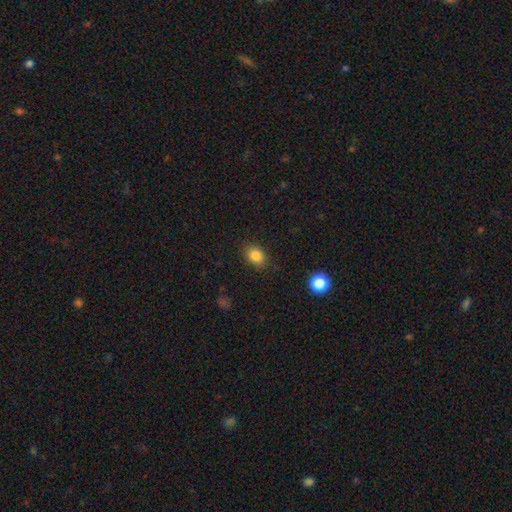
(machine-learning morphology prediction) Smooth or featured? Predicted: smooth (p=0.85). How rounded? Predicted: in between (p=0.67). Merging? Predicted: none (p=0.85).